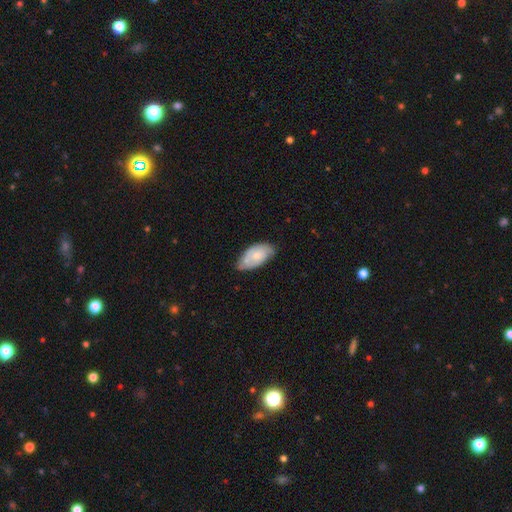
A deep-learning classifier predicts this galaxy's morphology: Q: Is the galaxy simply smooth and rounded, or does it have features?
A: smooth — 61%.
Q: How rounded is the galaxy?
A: in between — 94%.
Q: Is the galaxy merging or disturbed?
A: none — 56%.